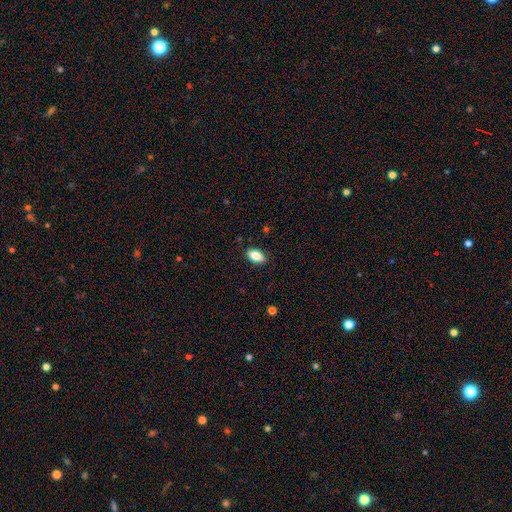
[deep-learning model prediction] Smooth or featured? Predicted: smooth (p=0.83). How rounded? Predicted: in between (p=0.89). Merging? Predicted: none (p=0.86).